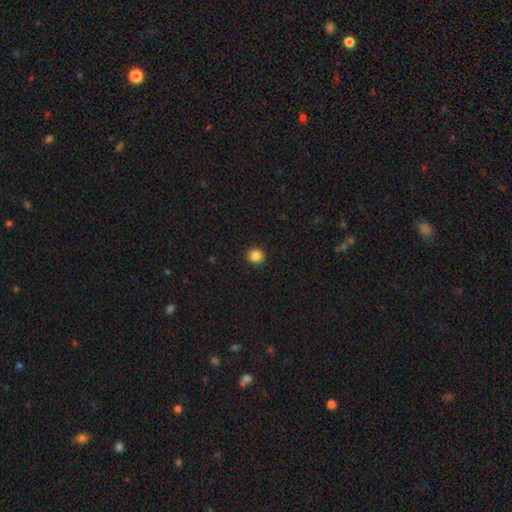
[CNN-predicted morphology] Overall: smooth (86%). How rounded: round (86%). Merging: none (92%).